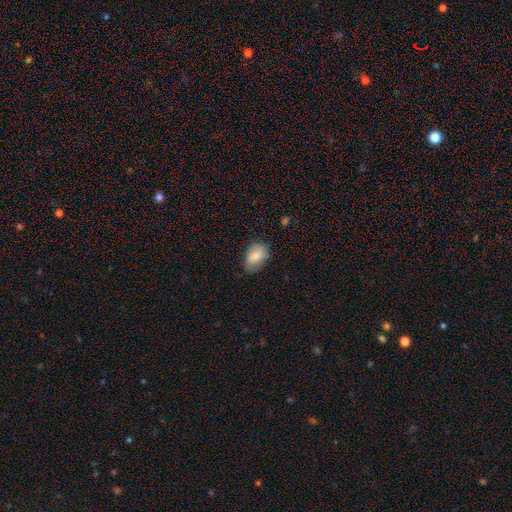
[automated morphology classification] Smooth or featured? smooth (79%)
How rounded? in between (86%)
Merging? none (63%)